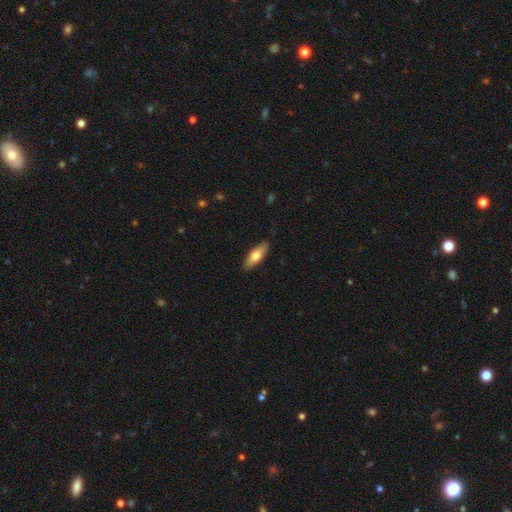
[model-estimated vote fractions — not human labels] Smooth or featured: smooth — 71% (featured or disk — 23%)
How rounded: in between — 67% (cigar-shaped — 30%)
Merging: none — 87% (minor disturbance — 10%)